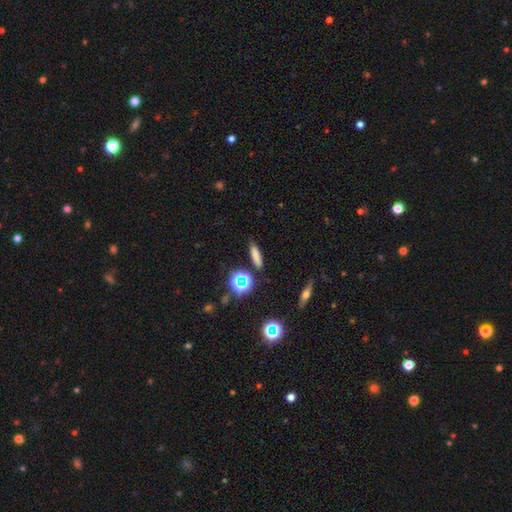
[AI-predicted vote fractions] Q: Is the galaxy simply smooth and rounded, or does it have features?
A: smooth — 73%.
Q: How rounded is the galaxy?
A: cigar-shaped — 65%.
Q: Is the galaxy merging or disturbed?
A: none — 81%.